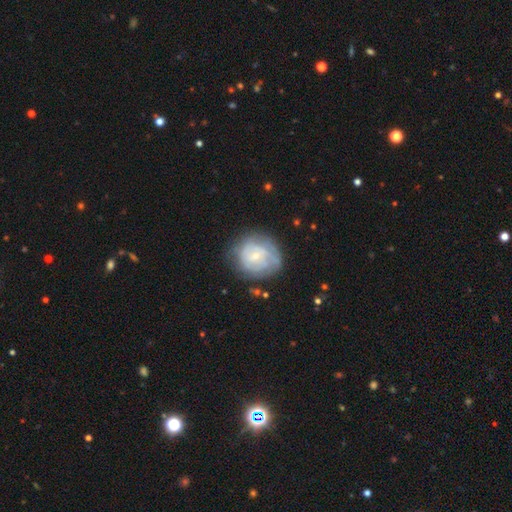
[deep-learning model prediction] Overall: featured or disk (60%; smooth 32%). Edge-on disk: no (98%). Bar: no (62%; weak 33%). Spiral arms: yes (71%). Bulge size: small (71%). Merging: none (67%).